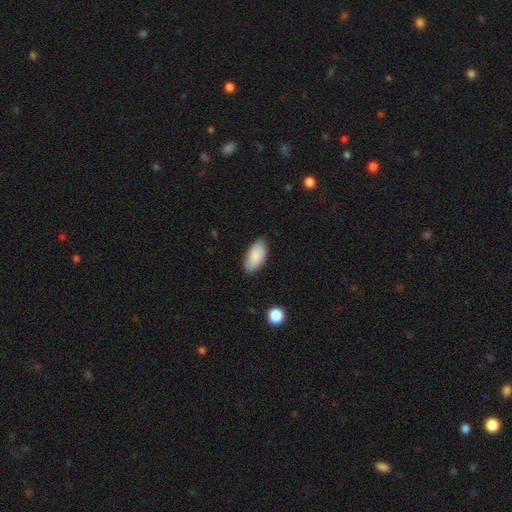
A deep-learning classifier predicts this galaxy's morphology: smooth 84%, featured or disk 10%, star or artifact 6%. Down the decision tree: how rounded — in between (94%); merging — none (83%).